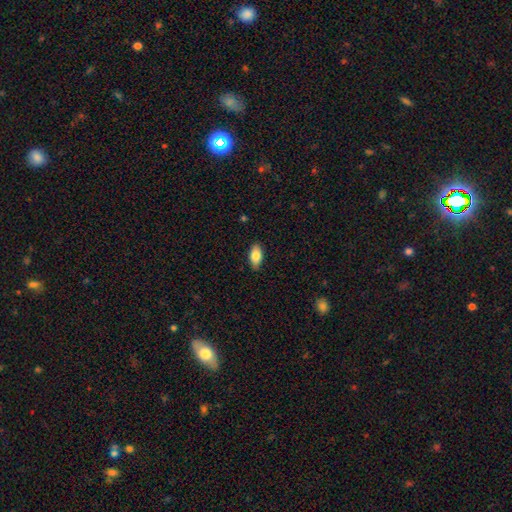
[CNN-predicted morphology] smooth-or-featured: smooth: 83% | featured or disk: 10% | star or artifact: 7%
  how-rounded: in between: 91% | cigar-shaped: 6% | round: 3%
  merging: none: 87% | minor disturbance: 10% | major disturbance: 2% | merger: 1%